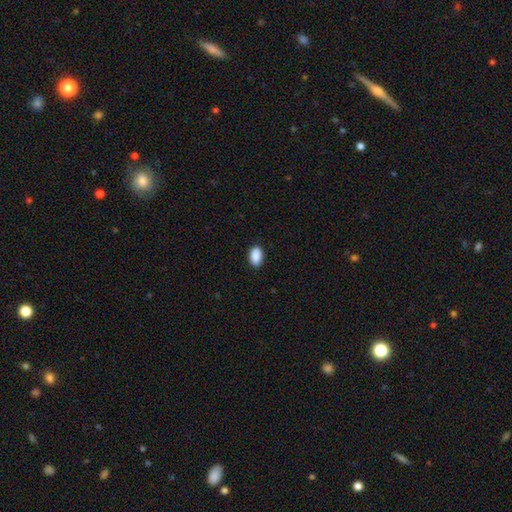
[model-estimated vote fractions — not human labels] Overall: smooth (90%). How rounded: in between (92%). Merging: none (88%).